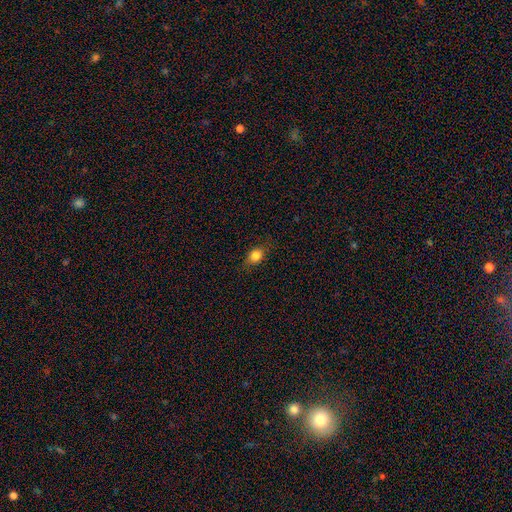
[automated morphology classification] This appears to be a smooth galaxy with no disk features (82%) that is in between round and cigar-shaped (53%). Merging: none (80%).